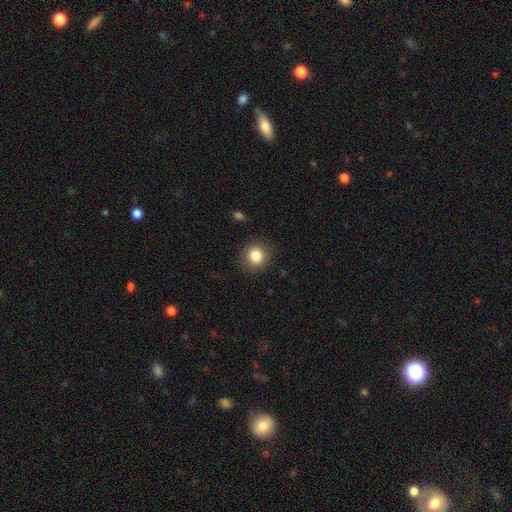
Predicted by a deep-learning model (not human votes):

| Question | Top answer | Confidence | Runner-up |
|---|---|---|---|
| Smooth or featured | smooth | 84% | star or artifact (10%) |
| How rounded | round | 88% | in between (11%) |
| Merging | none | 88% | minor disturbance (8%) |